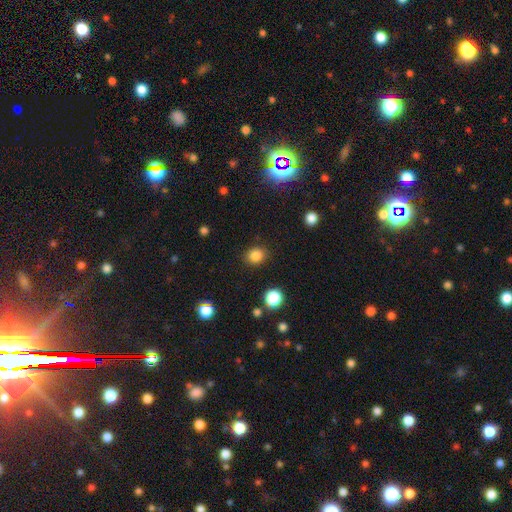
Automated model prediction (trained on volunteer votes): Smooth or featured?
  - smooth: 84% *
  - star or artifact: 12%
  - featured or disk: 4%
How rounded?
  - round: 63% *
  - in between: 36%
  - cigar-shaped: 1%
Merging?
  - none: 86% *
  - minor disturbance: 9%
  - major disturbance: 3%
  - merger: 2%